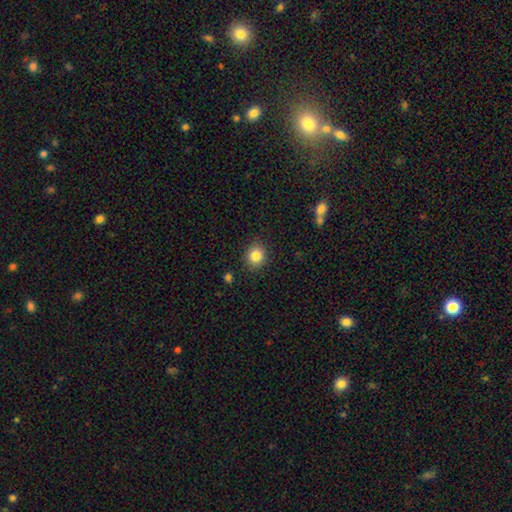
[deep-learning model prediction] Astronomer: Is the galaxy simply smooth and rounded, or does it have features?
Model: smooth — 84%.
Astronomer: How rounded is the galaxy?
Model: round — 78%.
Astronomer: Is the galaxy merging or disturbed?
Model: none — 88%.